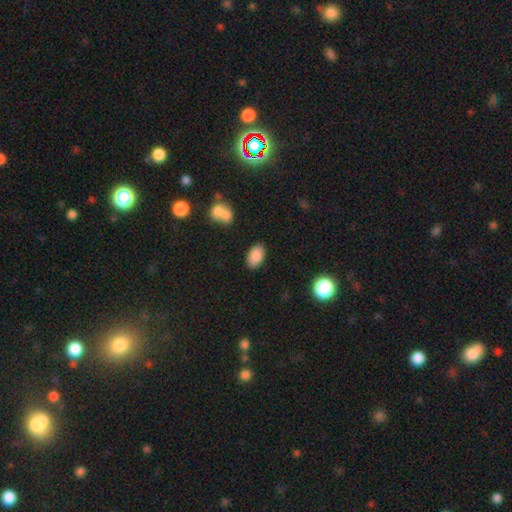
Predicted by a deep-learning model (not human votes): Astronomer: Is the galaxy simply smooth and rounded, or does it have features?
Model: smooth — 87%.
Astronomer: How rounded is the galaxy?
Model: in between — 92%.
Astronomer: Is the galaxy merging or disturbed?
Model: none — 85%.